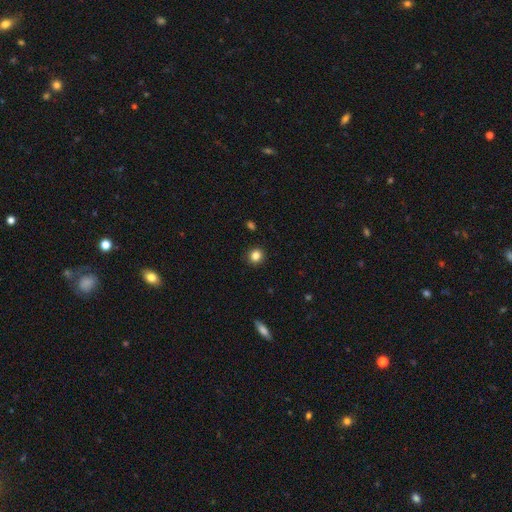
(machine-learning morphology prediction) Smooth or featured? Predicted: smooth (p=0.84). How rounded? Predicted: round (p=0.89). Merging? Predicted: none (p=0.92).